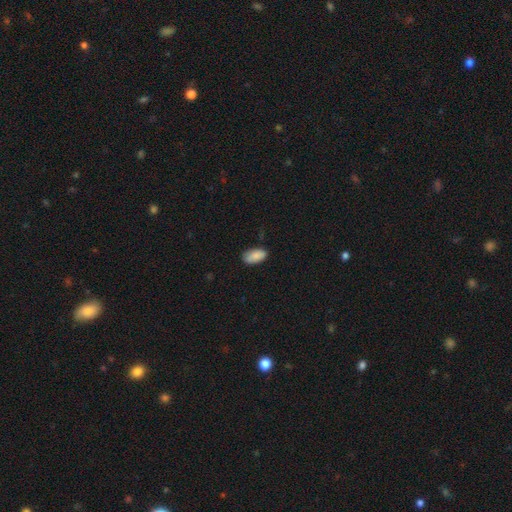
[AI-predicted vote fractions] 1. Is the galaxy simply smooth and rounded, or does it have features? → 87% smooth, 7% star or artifact, 6% featured or disk.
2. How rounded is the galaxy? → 93% in between, 4% cigar-shaped, 3% round.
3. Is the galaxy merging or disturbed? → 78% none, 18% minor disturbance, 3% major disturbance, 1% merger.